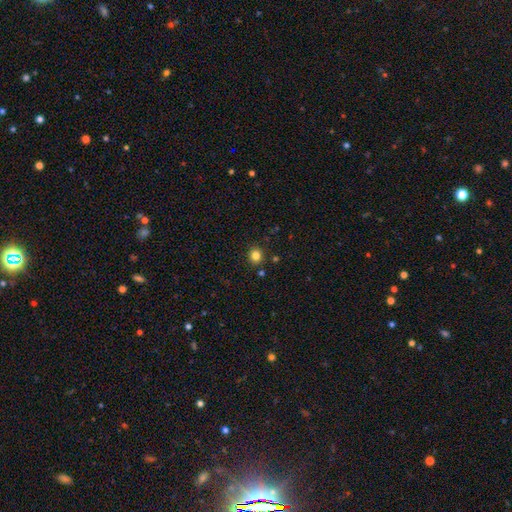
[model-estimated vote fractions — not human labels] A smooth galaxy with no disk features (82%) that is round (88%).

Vote fractions:
- Smooth or featured? smooth: 82% / star or artifact: 13% / featured or disk: 5%
- How rounded? round: 88% / in between: 11% / cigar-shaped: 1%
- Merging? none: 88% / minor disturbance: 7% / merger: 3% / major disturbance: 2%